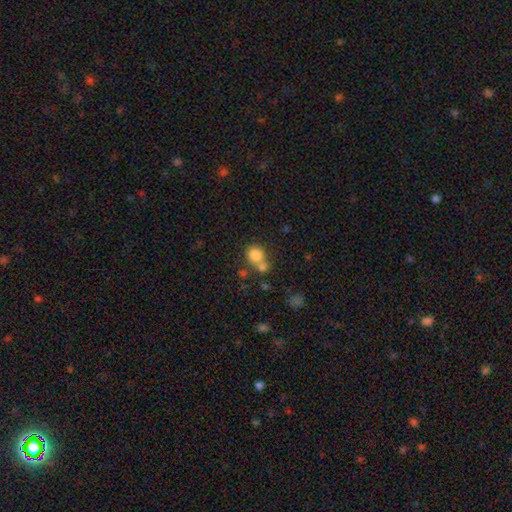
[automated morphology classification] This appears to be a smooth galaxy with no disk features (80%) that is round (78%). Merging: none (44%).